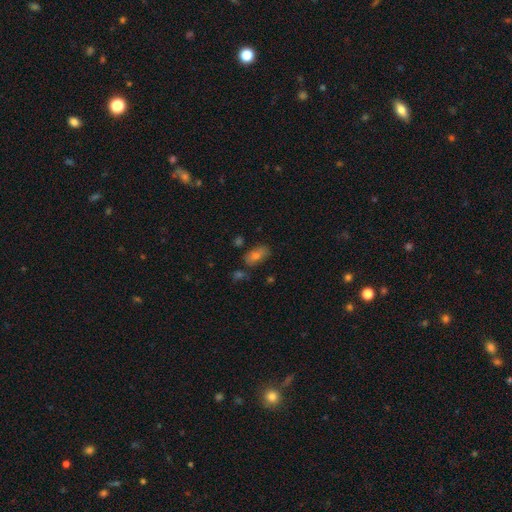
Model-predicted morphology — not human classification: Smooth or featured: smooth — 64% (featured or disk — 21%)
How rounded: in between — 89% (round — 7%)
Merging: none — 73% (minor disturbance — 16%)